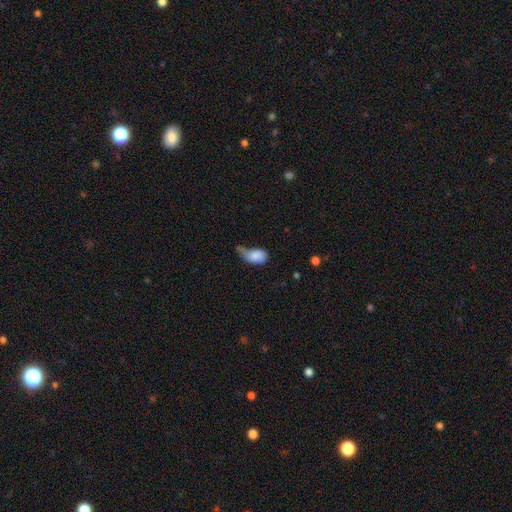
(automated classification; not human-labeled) Smooth or featured? Predicted: smooth (p=0.79). How rounded? Predicted: in between (p=0.87). Merging? Predicted: minor disturbance (p=0.35).